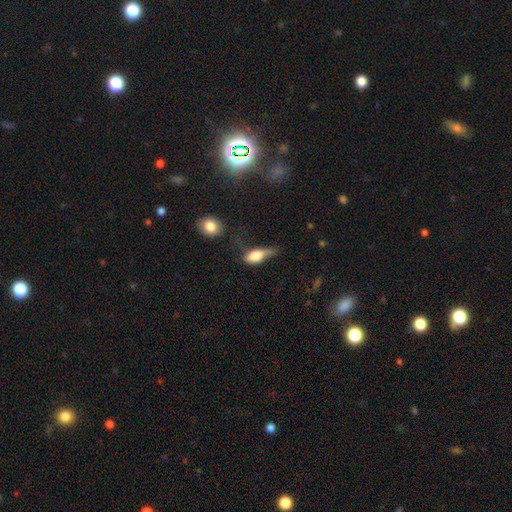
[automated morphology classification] smooth_or_featured: smooth (p=0.71) [alt: featured or disk p=0.21]
how_rounded: in between (p=0.78) [alt: cigar-shaped p=0.15]
merging: major disturbance (p=0.38) [alt: minor disturbance p=0.33]